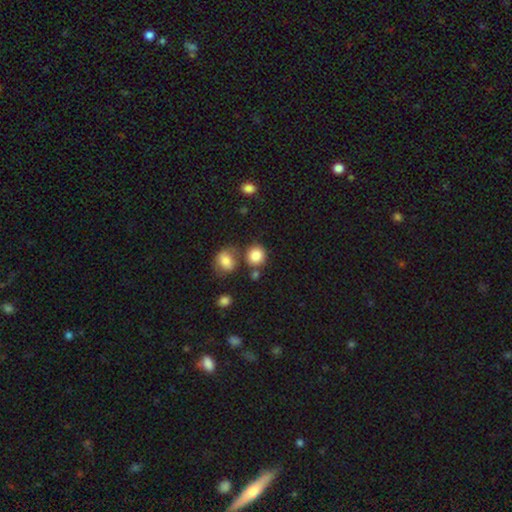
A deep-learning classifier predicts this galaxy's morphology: Smooth or featured?
  - smooth: 85% *
  - star or artifact: 10%
  - featured or disk: 6%
How rounded?
  - round: 82% *
  - in between: 17%
  - cigar-shaped: 1%
Merging?
  - none: 65% *
  - merger: 17%
  - minor disturbance: 13%
  - major disturbance: 5%